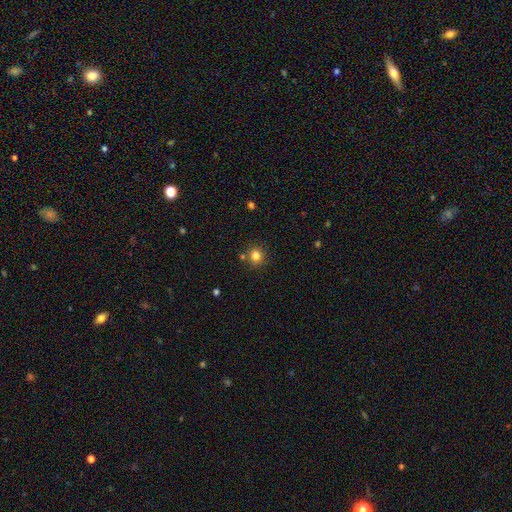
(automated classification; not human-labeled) Morphology: type=smooth (81%); roundness=round (86%); merging=none (80%).